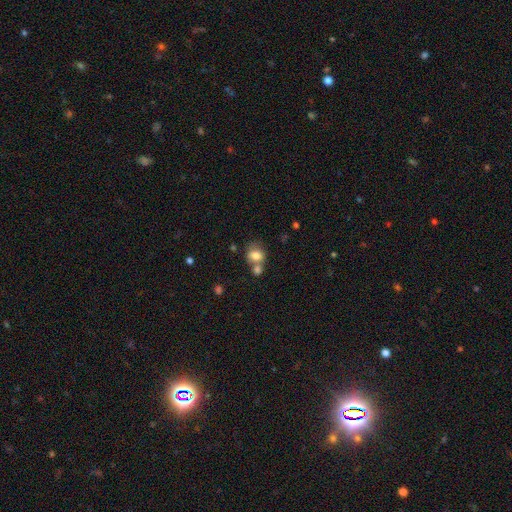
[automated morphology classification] smooth 78%, featured or disk 13%, star or artifact 10%. Down the decision tree: how rounded — round (56%); merging — merger (43%).